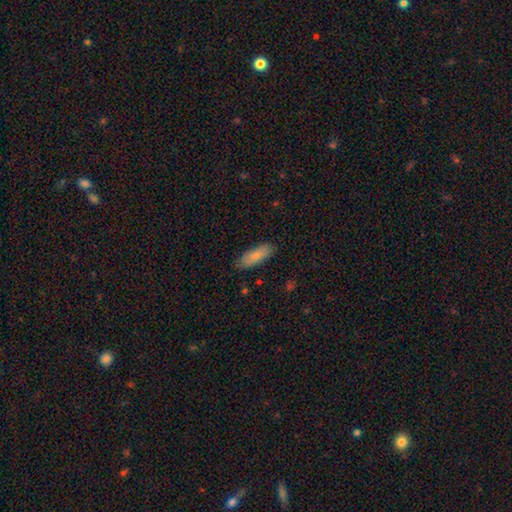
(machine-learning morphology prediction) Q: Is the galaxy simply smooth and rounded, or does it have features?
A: smooth — 83%.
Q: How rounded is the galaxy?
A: in between — 60%.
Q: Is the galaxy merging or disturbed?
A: none — 84%.